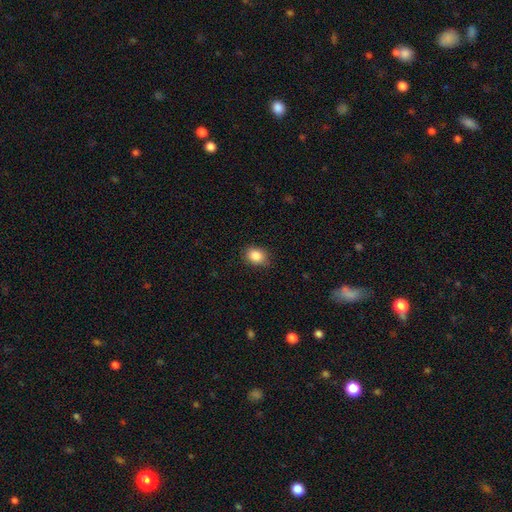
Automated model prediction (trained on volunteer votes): This is clearly a smooth galaxy (86%). How rounded: possibly in between (54%). Merging: clearly none (81%).